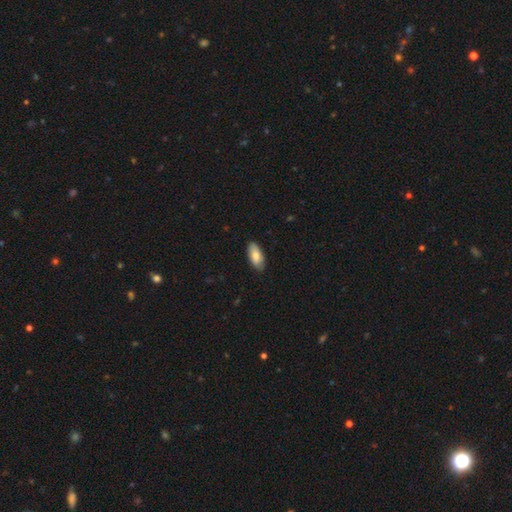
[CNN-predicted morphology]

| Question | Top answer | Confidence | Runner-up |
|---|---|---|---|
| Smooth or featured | smooth | 79% | featured or disk (15%) |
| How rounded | in between | 89% | cigar-shaped (9%) |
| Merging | none | 83% | minor disturbance (14%) |